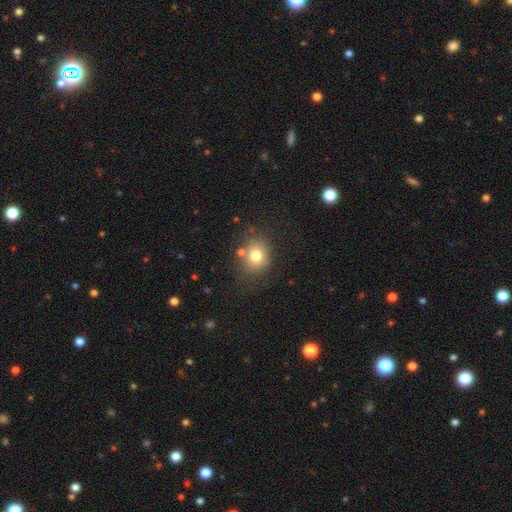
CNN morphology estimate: smooth 76%, star or artifact 12%, featured or disk 12%. Down the decision tree: how rounded — round (60%); merging — none (70%).